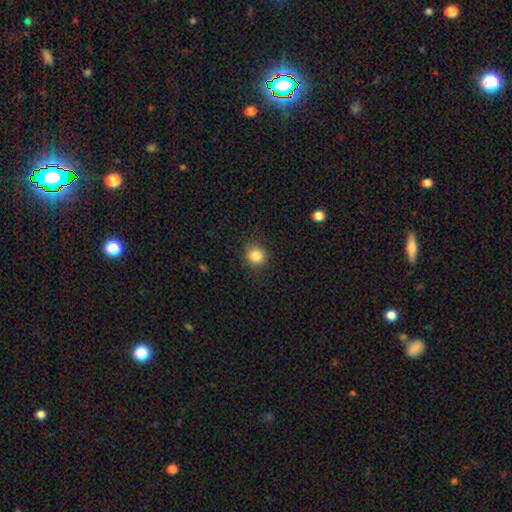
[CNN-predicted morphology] type=smooth (84%); roundness=round (84%); merging=none (86%).